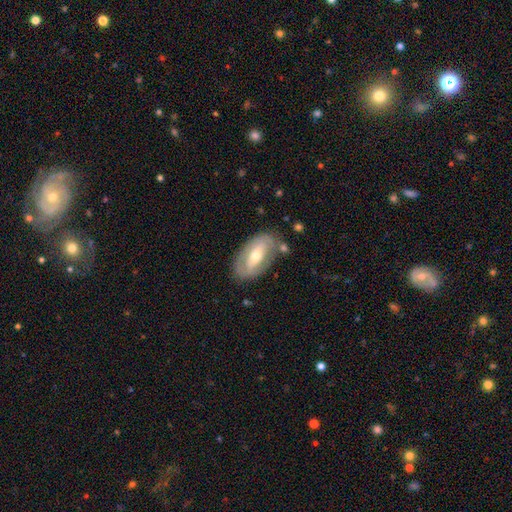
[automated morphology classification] Q: Smooth or featured?
A: featured or disk (61%); runner-up: smooth (33%)
Q: Edge-on disk?
A: no (87%); runner-up: yes (13%)
Q: Bar?
A: no (37%); runner-up: strong (33%)
Q: Spiral arms?
A: no (58%); runner-up: yes (42%)
Q: Bulge size?
A: moderate (59%); runner-up: small (35%)
Q: Merging?
A: none (71%); runner-up: minor disturbance (18%)